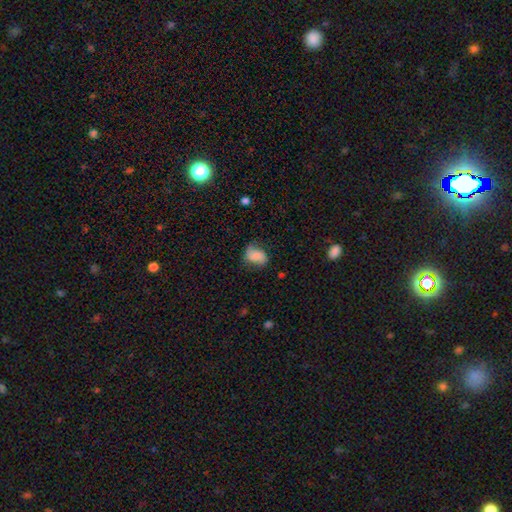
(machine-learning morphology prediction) The model was most divided on "merging": none: 63%, minor disturbance: 27%, major disturbance: 9%, merger: 1%. More confident: how rounded — in between (76%); smooth or featured — smooth (65%).